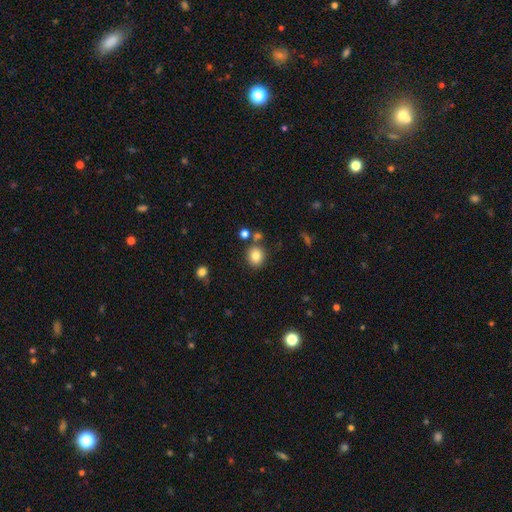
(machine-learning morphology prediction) This appears to be a smooth galaxy with no disk features (81%) that is round (82%). Merging: none (80%).